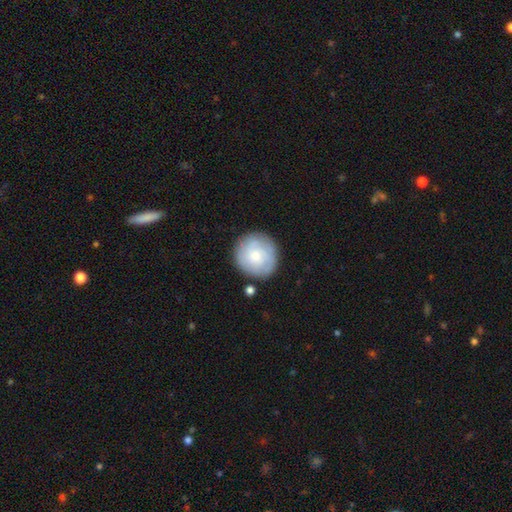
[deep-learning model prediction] This is possibly a smooth galaxy (54%). How rounded: clearly round (93%). Merging: clearly none (83%).